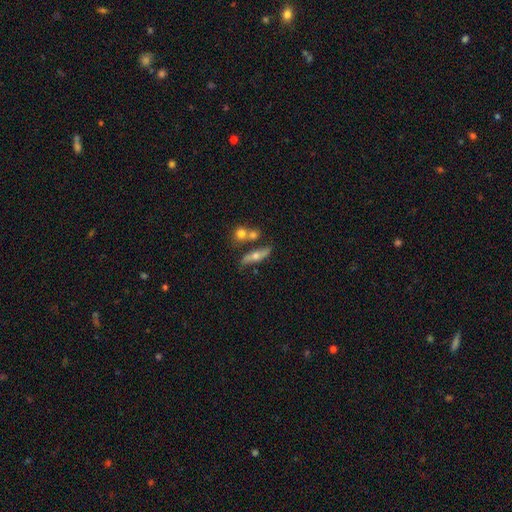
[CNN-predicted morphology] type=featured or disk (52%); edge-on=yes (59%); merging=none (58%).